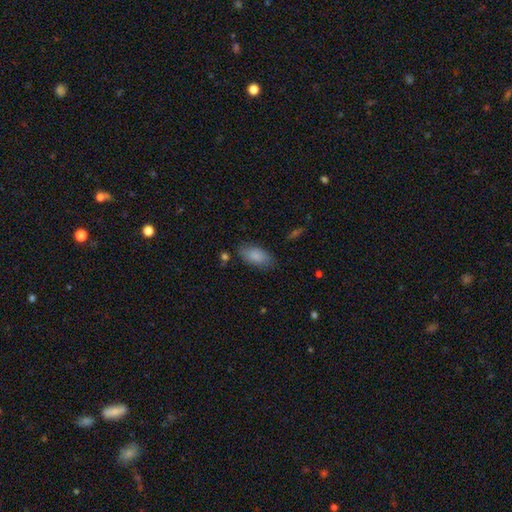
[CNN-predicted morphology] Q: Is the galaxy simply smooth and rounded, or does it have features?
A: smooth — 86%.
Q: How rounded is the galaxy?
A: in between — 93%.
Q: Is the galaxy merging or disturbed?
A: none — 79%.